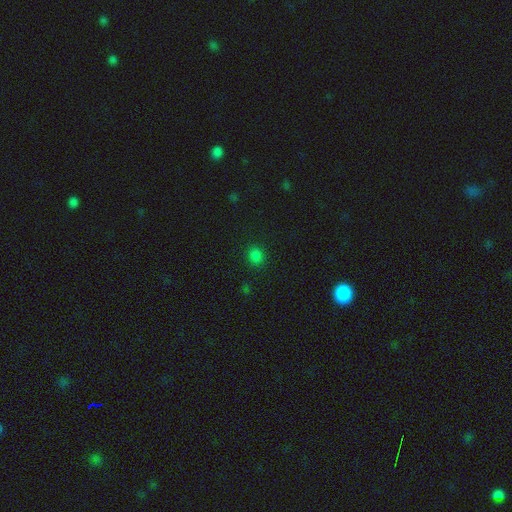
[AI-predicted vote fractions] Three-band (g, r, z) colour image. It shows a smooth galaxy with no disk features (80%) that is round (76%). Merging: none (89%).